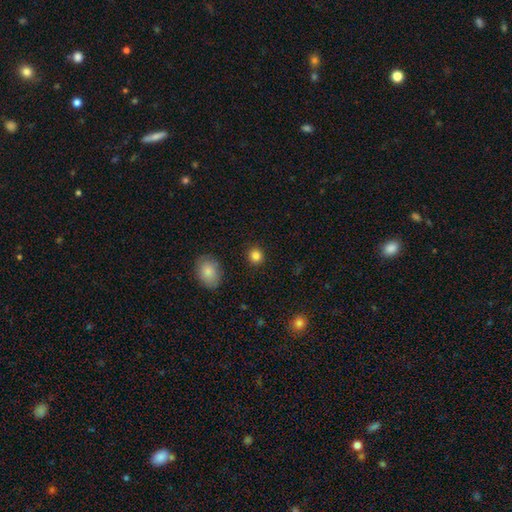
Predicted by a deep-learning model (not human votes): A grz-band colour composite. It shows a smooth galaxy with no disk features (84%) that is round (88%). Merging: none (90%).